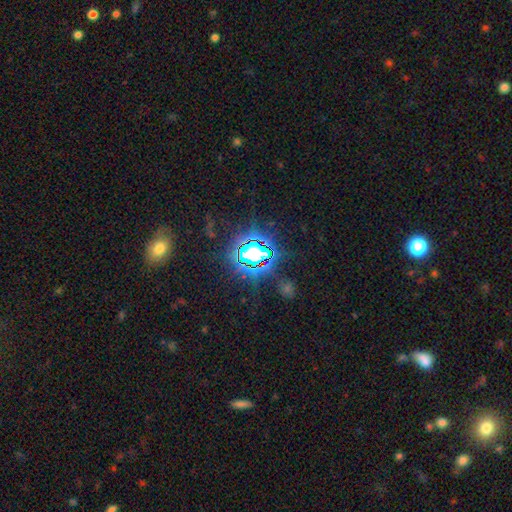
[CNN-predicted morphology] A star or artifact, not a galaxy (79%).

Vote fractions:
- Smooth or featured? star or artifact: 79% / smooth: 13% / featured or disk: 8%